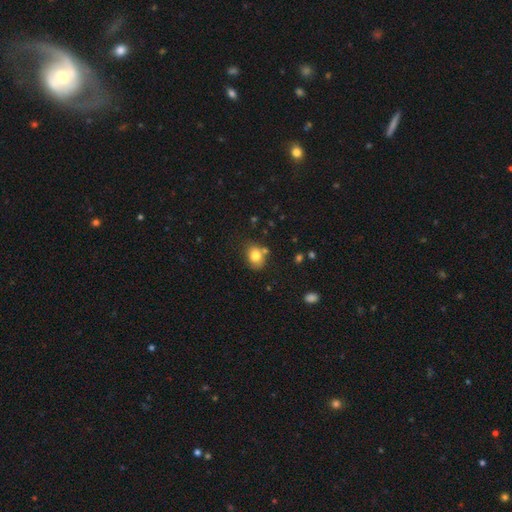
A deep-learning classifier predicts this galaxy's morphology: Smooth or featured: smooth — 80% (star or artifact — 10%)
How rounded: in between — 55% (round — 44%)
Merging: none — 67% (minor disturbance — 17%)